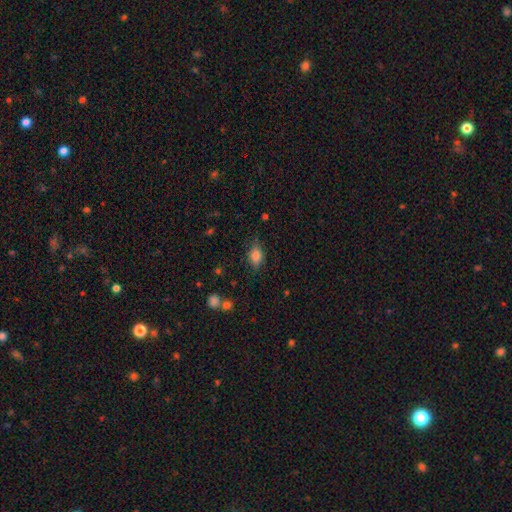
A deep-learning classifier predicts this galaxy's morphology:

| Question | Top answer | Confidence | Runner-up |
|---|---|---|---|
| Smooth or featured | smooth | 80% | featured or disk (10%) |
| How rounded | in between | 79% | round (17%) |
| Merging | none | 72% | minor disturbance (21%) |